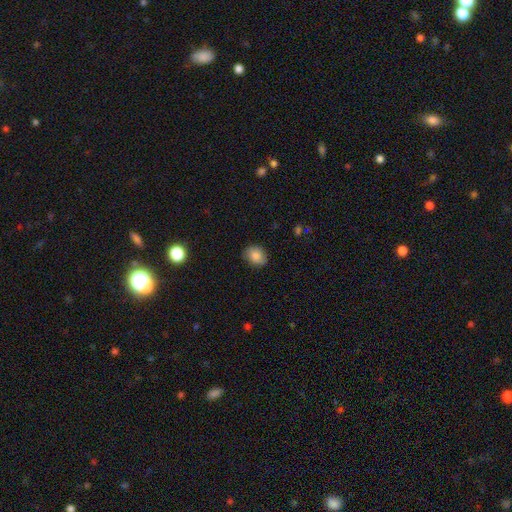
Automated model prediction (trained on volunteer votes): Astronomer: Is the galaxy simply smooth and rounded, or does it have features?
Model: smooth — 84%.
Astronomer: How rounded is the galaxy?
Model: in between — 56% (runner-up: round, 43%).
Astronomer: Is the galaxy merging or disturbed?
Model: none — 84%.